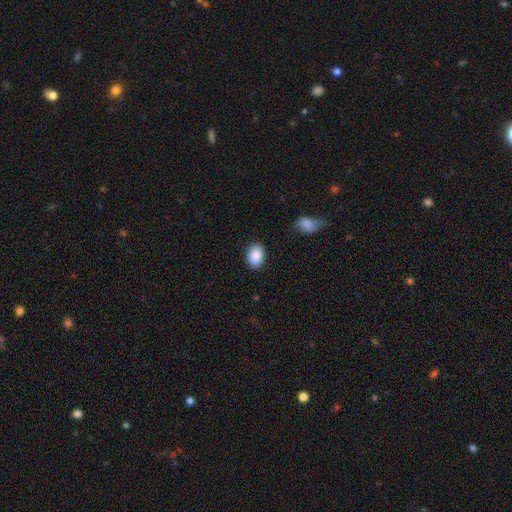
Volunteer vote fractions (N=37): Smooth or featured: smooth — 92% (star or artifact — 8%)
How rounded: in between — 71% (round — 29%)
Merging: none — 85% (minor disturbance — 12%)